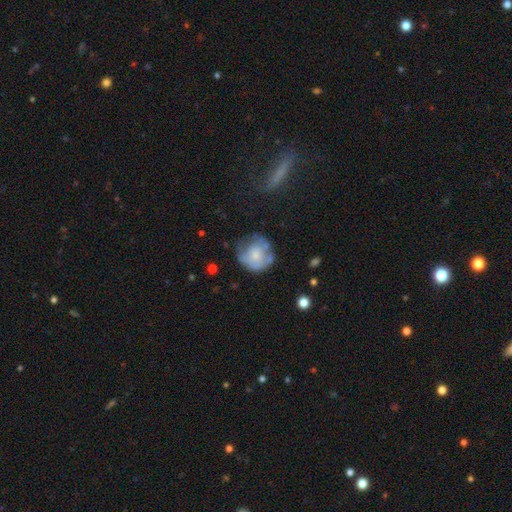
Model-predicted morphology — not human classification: Q: Smooth or featured?
A: smooth (52%); runner-up: featured or disk (39%)
Q: How rounded?
A: round (84%); runner-up: in between (15%)
Q: Merging?
A: none (50%); runner-up: minor disturbance (27%)